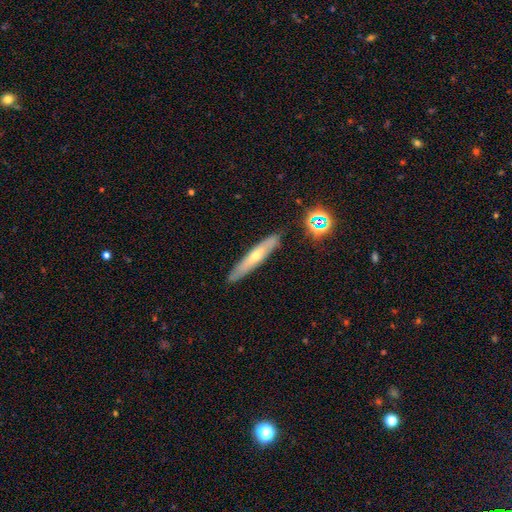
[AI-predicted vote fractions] This appears to be a featured or disk galaxy (51%) viewed edge-on (79%). Merging: none (86%).